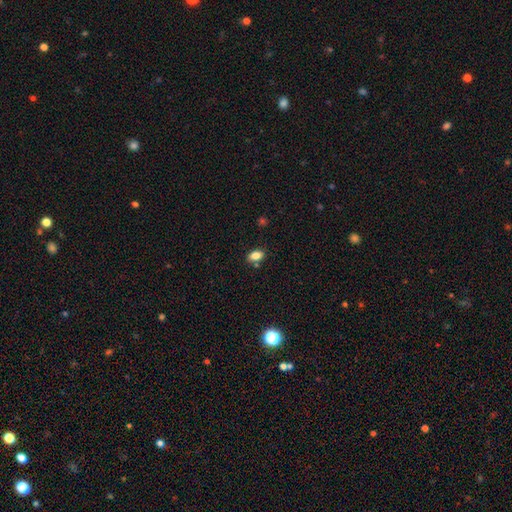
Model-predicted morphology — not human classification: type=smooth (83%); roundness=in between (88%); merging=none (78%).